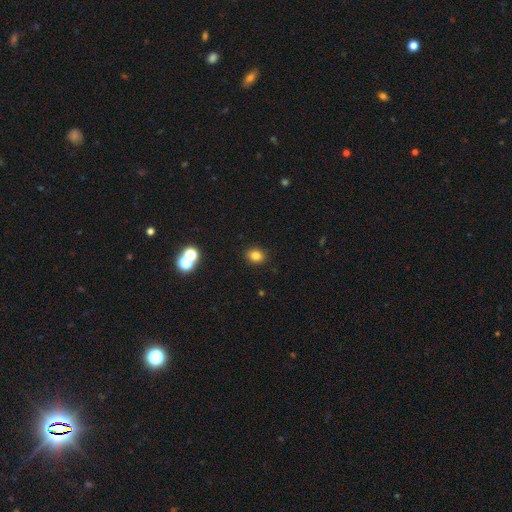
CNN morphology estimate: Smooth or featured? Predicted: smooth (p=0.80). How rounded? Predicted: round (p=0.58). Merging? Predicted: none (p=0.89).